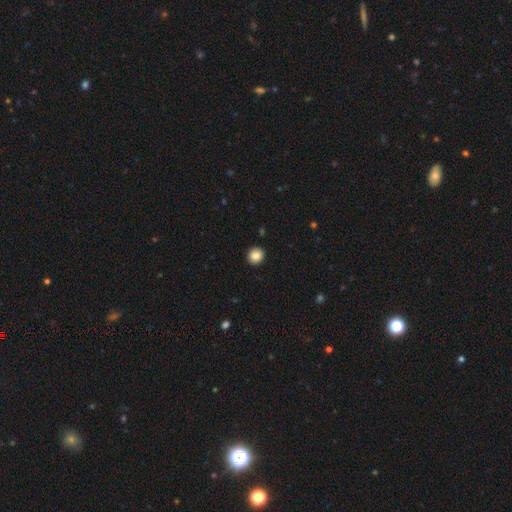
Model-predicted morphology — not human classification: Q: Smooth or featured?
A: smooth (85%); runner-up: star or artifact (9%)
Q: How rounded?
A: round (87%); runner-up: in between (12%)
Q: Merging?
A: none (93%); runner-up: minor disturbance (5%)